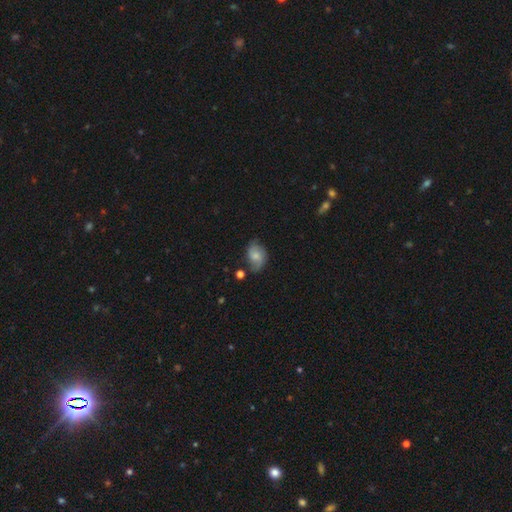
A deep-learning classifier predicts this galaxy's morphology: Smooth or featured? Predicted: smooth (p=0.46). Merging? Predicted: none (p=0.62).